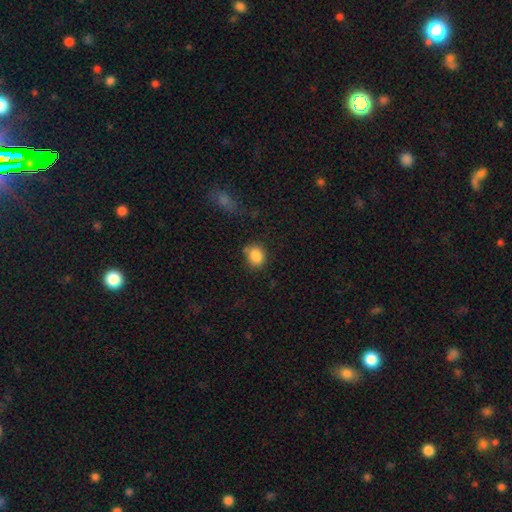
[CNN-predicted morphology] Smooth or featured? smooth (86%)
How rounded? round (60%)
Merging? none (70%)